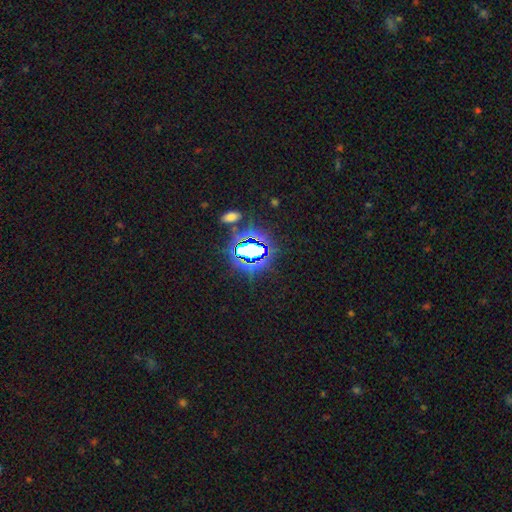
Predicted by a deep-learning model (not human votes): Morphology: type=star or artifact (81%).